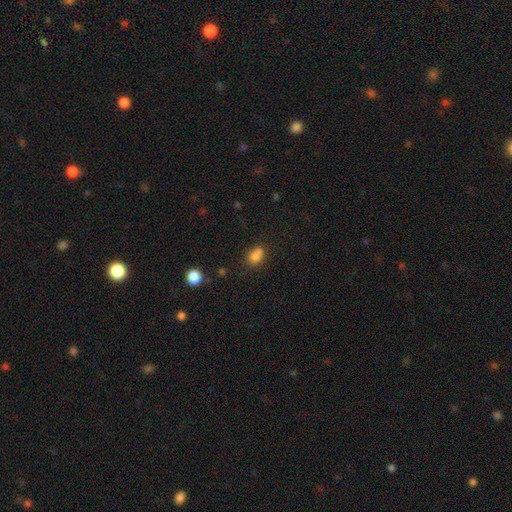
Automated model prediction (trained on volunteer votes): smooth 78%, star or artifact 13%, featured or disk 9%. Down the decision tree: how rounded — in between (61%); merging — none (48%).